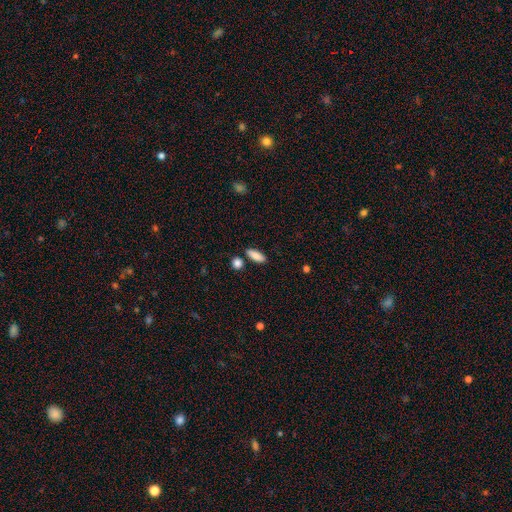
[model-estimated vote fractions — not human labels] Smooth or featured?
  - smooth: 87% *
  - star or artifact: 7%
  - featured or disk: 6%
How rounded?
  - in between: 70% *
  - cigar-shaped: 26%
  - round: 3%
Merging?
  - none: 79% *
  - minor disturbance: 11%
  - merger: 7%
  - major disturbance: 3%